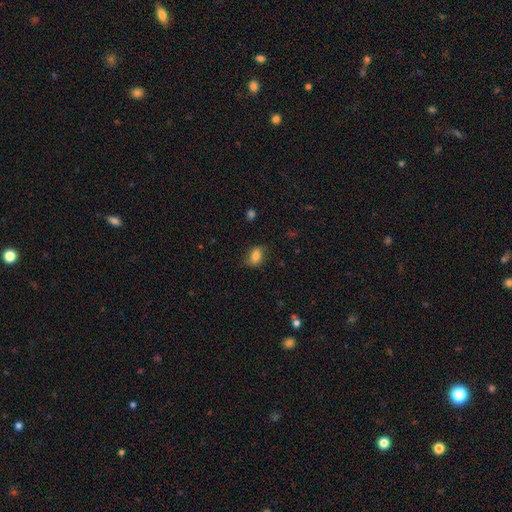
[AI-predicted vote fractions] Q: Smooth or featured?
A: smooth (78%); runner-up: featured or disk (13%)
Q: How rounded?
A: in between (78%); runner-up: round (19%)
Q: Merging?
A: none (74%); runner-up: minor disturbance (20%)